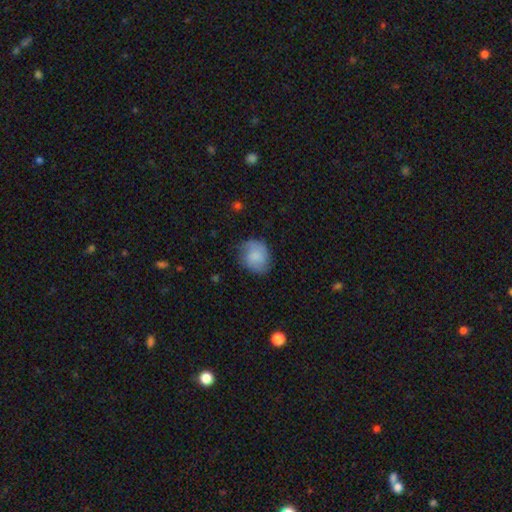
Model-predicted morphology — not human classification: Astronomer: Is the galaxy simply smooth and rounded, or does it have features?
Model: smooth — 73%.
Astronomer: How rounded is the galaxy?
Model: round — 60% (runner-up: in between, 39%).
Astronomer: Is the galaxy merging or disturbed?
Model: none — 65%.